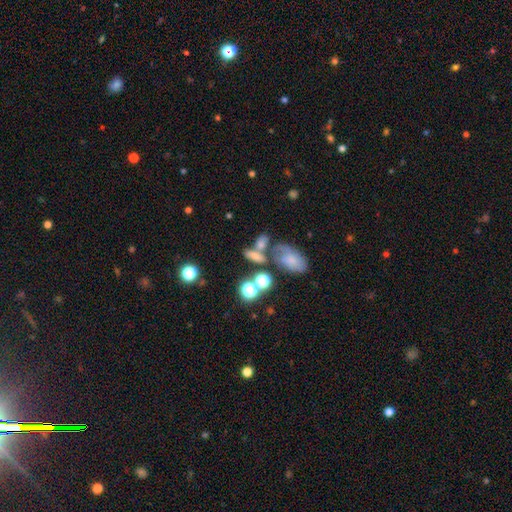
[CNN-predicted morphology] This is possibly a smooth galaxy (59%). How rounded: possibly in between (59%). Merging: marginally merger (39%).